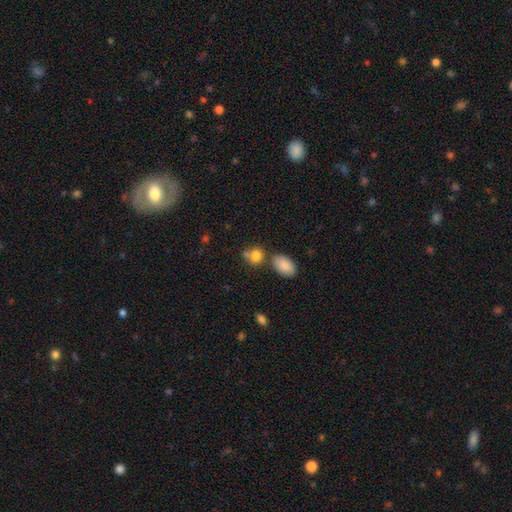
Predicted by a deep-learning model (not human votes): Smooth or featured? smooth (83%)
How rounded? round (66%)
Merging? none (54%)